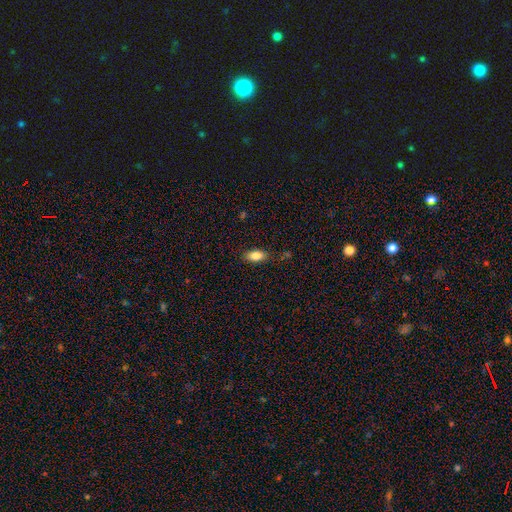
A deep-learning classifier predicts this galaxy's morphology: A smooth galaxy with no disk features (85%) that is in between round and cigar-shaped (88%). Merging: none (82%).